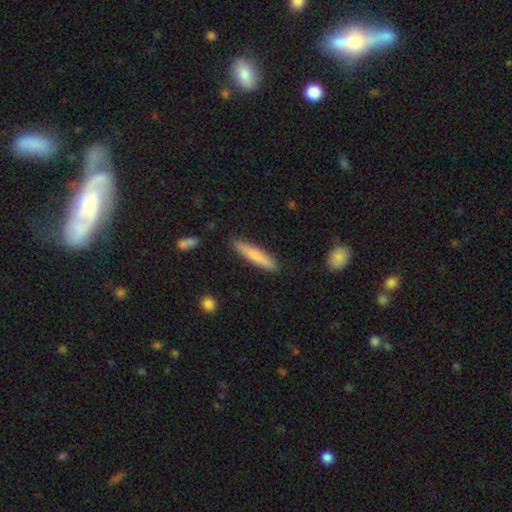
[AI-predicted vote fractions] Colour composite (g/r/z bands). It shows a smooth galaxy with no disk features (74%) that is cigar-shaped (90%). Merging: none (89%).